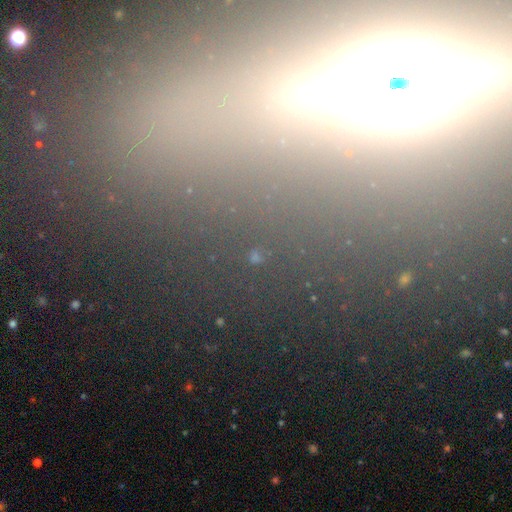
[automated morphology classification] Smooth or featured?
  - star or artifact: 55% *
  - smooth: 36%
  - featured or disk: 9%